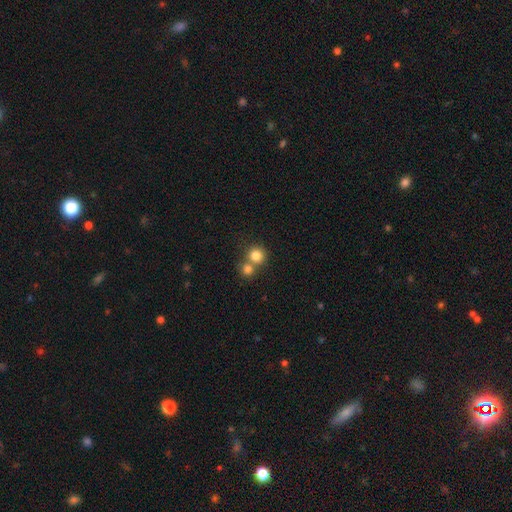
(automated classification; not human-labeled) A smooth galaxy with no disk features (81%) that is round (89%).

Vote fractions:
- Smooth or featured? smooth: 81% / star or artifact: 11% / featured or disk: 8%
- How rounded? round: 89% / in between: 10% / cigar-shaped: 1%
- Merging? none: 51% / merger: 41% / minor disturbance: 6% / major disturbance: 3%